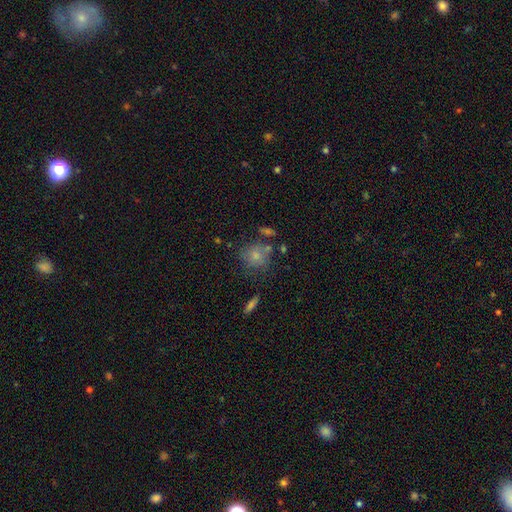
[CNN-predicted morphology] A smooth galaxy with no disk features (57%) that is round (83%). Merging: none (69%).